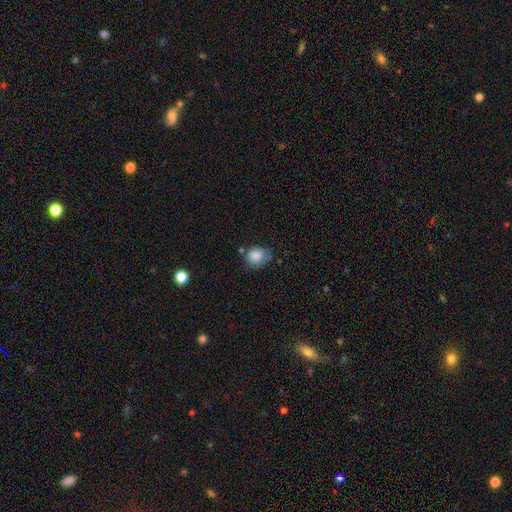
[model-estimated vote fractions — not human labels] This is clearly a smooth galaxy (84%). How rounded: likely round (61%). Merging: possibly none (53%).